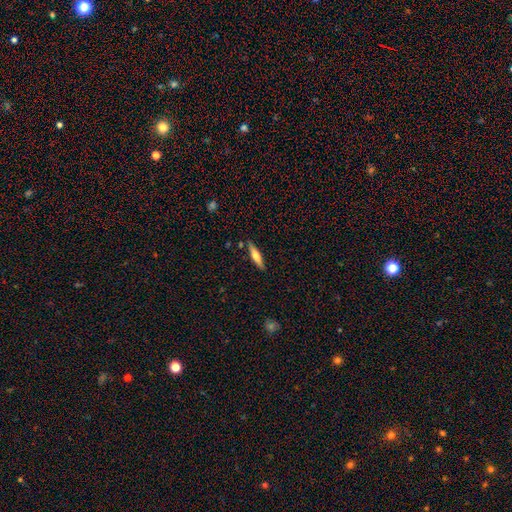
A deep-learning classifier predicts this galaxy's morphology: Overall: smooth (51%; featured or disk 44%). How rounded: cigar-shaped (82%). Merging: none (86%).